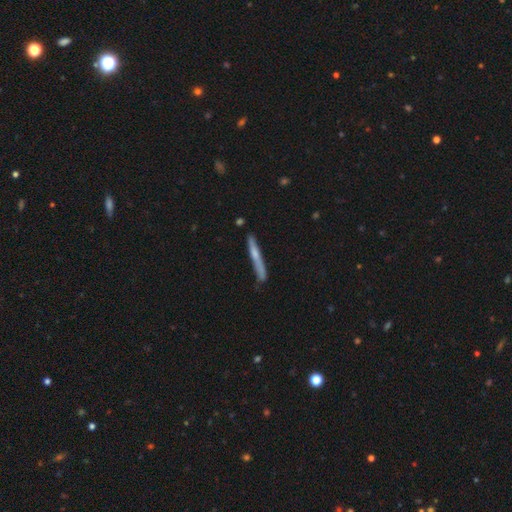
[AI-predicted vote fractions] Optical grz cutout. It shows a smooth galaxy with no disk features (50%) that is cigar-shaped (96%). Merging: none (77%).